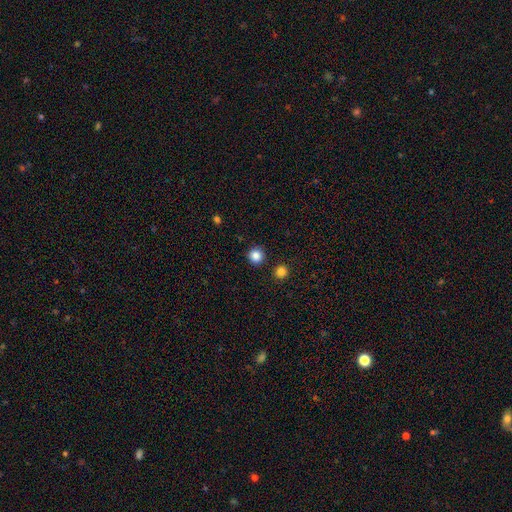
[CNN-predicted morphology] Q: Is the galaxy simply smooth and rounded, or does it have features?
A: smooth — 85%.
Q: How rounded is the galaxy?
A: round — 95%.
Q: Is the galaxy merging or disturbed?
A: none — 91%.